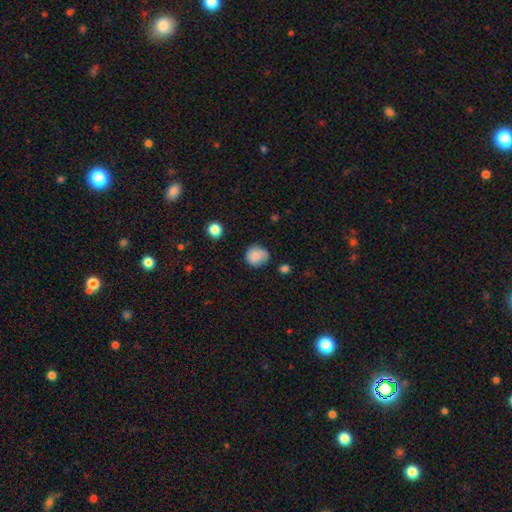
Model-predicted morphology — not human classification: A smooth galaxy with no disk features (84%) that is round (84%). Merging: none (65%).